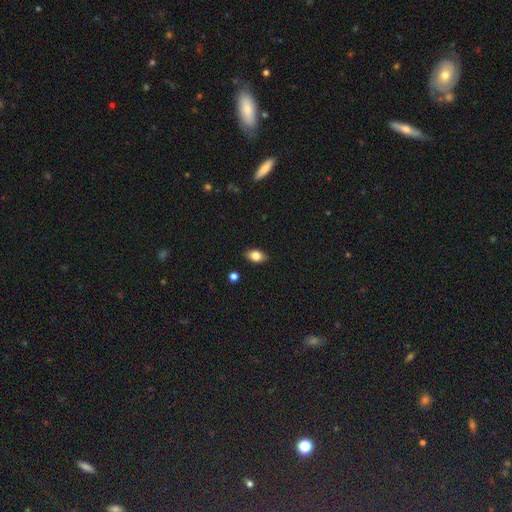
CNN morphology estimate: The model was most divided on "smooth or featured": smooth: 80%, featured or disk: 11%, star or artifact: 9%. More confident: merging — none (87%); how rounded — in between (85%).